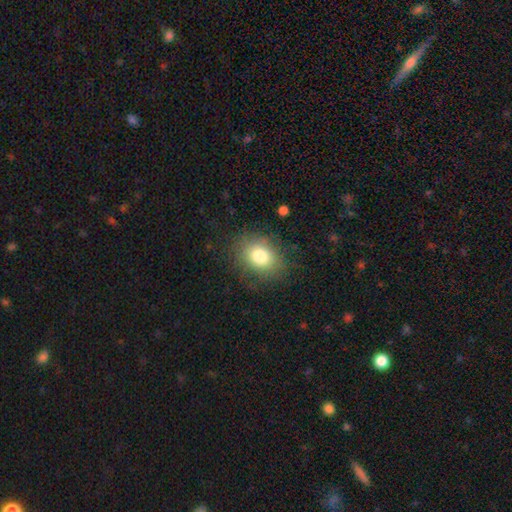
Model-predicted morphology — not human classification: smooth-or-featured: smooth: 80% | featured or disk: 10% | star or artifact: 10%
  how-rounded: in between: 57% | round: 42% | cigar-shaped: 1%
  merging: none: 80% | minor disturbance: 14% | major disturbance: 5% | merger: 1%